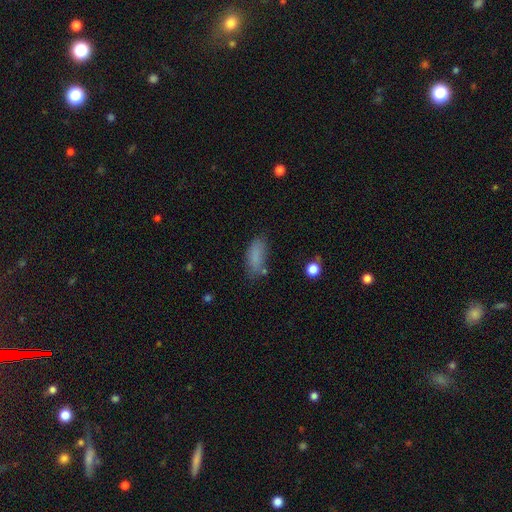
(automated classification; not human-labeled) The model was most divided on "merging": none: 66%, minor disturbance: 22%, major disturbance: 8%, merger: 4%. More confident: smooth or featured — smooth (82%); how rounded — in between (78%).